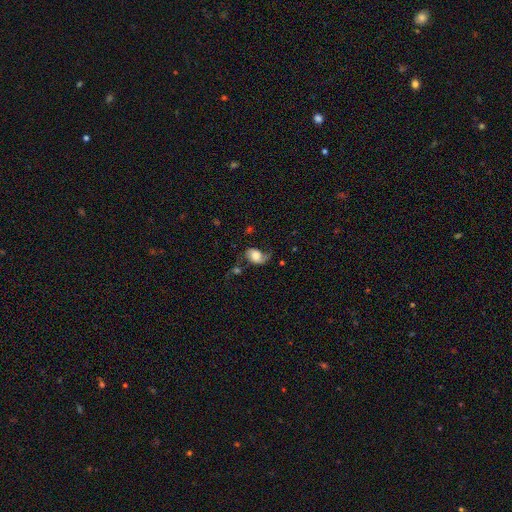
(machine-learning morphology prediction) This is possibly a featured or disk galaxy (50%). Merging: marginally none (43%).